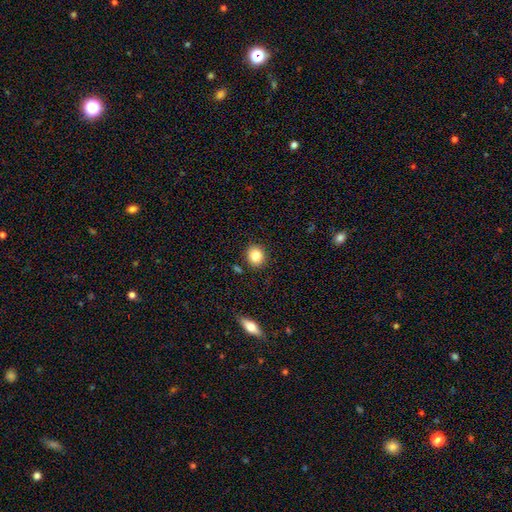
Smooth or featured: smooth — 85% (star or artifact — 10%)
How rounded: round — 85% (in between — 15%)
Merging: none — 91% (minor disturbance — 6%)